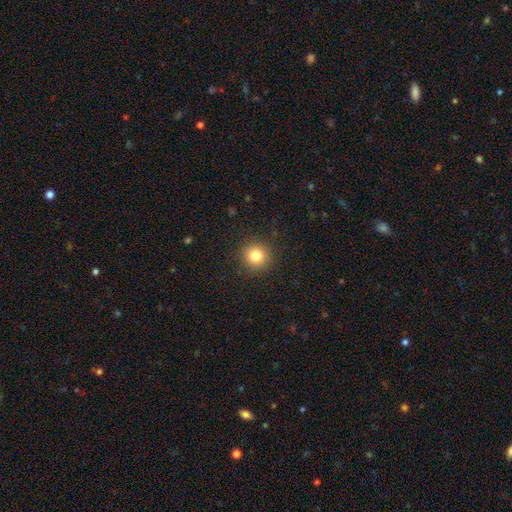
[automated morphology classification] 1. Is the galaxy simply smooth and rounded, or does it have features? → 82% smooth, 12% star or artifact, 6% featured or disk.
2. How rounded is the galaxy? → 94% round, 5% in between, 1% cigar-shaped.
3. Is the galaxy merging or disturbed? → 92% none, 5% minor disturbance, 2% major disturbance, 1% merger.